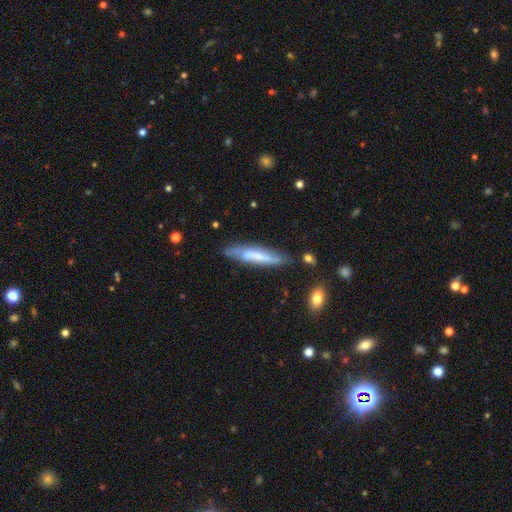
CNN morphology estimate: smooth_or_featured: featured or disk (p=0.48) [alt: smooth p=0.45]
merging: none (p=0.71) [alt: minor disturbance p=0.20]